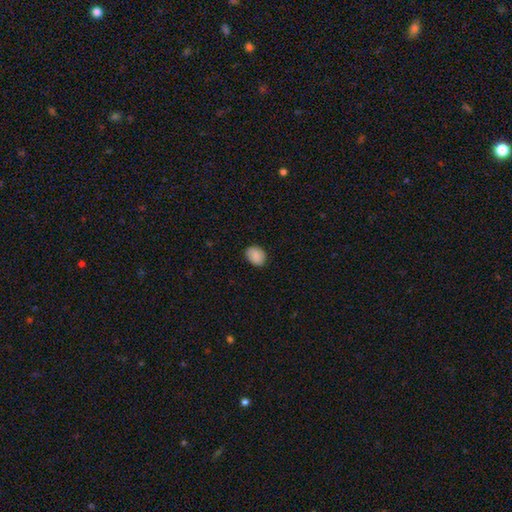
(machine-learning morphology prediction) smooth_or_featured: smooth (p=0.88) [alt: star or artifact p=0.07]
how_rounded: in between (p=0.67) [alt: round p=0.32]
merging: none (p=0.85) [alt: minor disturbance p=0.12]